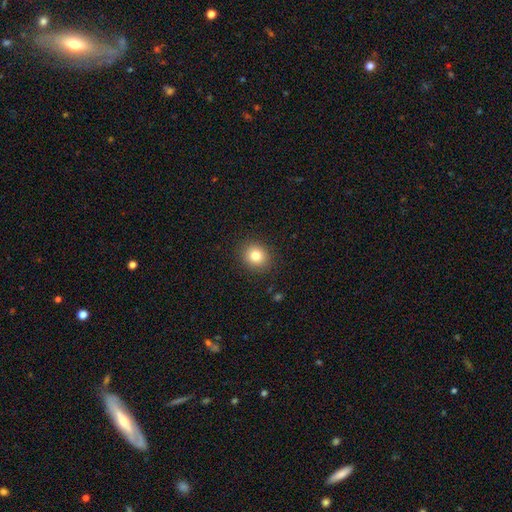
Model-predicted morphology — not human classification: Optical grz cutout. It shows a smooth galaxy with no disk features (81%) that is round (75%). Merging: none (90%).